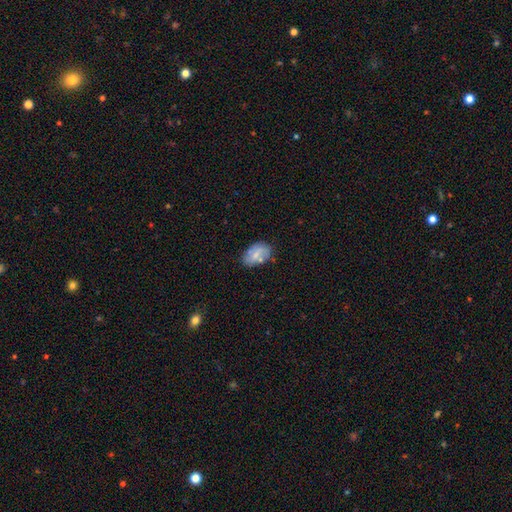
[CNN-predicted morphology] Smooth or featured: smooth — 62% (featured or disk — 29%)
How rounded: in between — 90% (round — 8%)
Merging: none — 66% (minor disturbance — 21%)